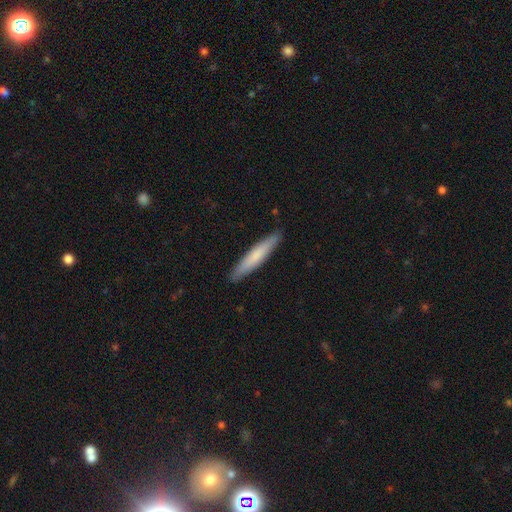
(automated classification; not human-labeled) Smooth or featured?
  - smooth: 71% *
  - featured or disk: 24%
  - star or artifact: 5%
How rounded?
  - cigar-shaped: 92% *
  - in between: 7%
  - round: 1%
Merging?
  - none: 89% *
  - minor disturbance: 8%
  - major disturbance: 1%
  - merger: 1%